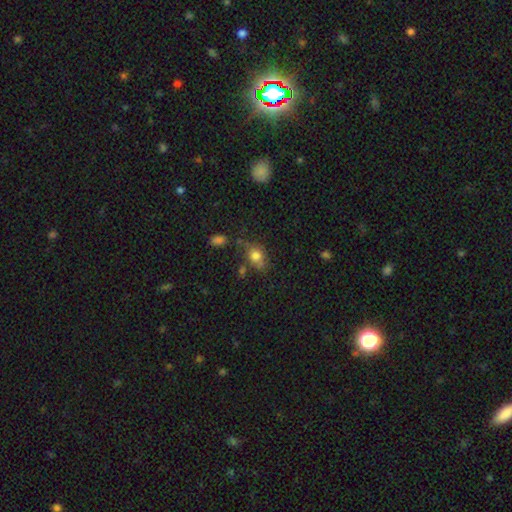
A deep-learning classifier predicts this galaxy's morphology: This is likely a smooth galaxy (75%). How rounded: likely in between (60%). Merging: possibly none (56%).